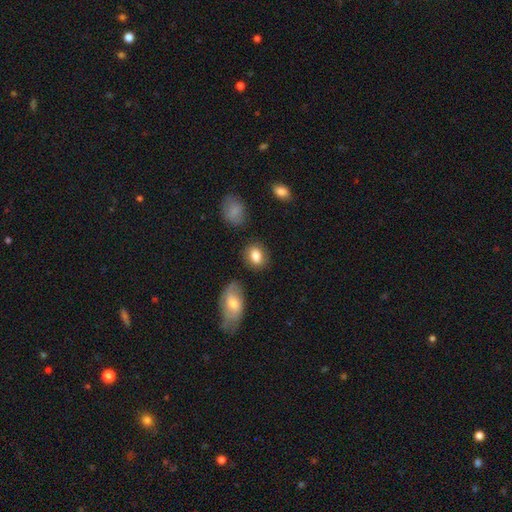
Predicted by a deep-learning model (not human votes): A smooth galaxy with no disk features (83%) that is in between round and cigar-shaped (57%).

Vote fractions:
- Smooth or featured? smooth: 83% / featured or disk: 9% / star or artifact: 8%
- How rounded? in between: 57% / round: 42% / cigar-shaped: 2%
- Merging? none: 82% / minor disturbance: 11% / merger: 4% / major disturbance: 3%